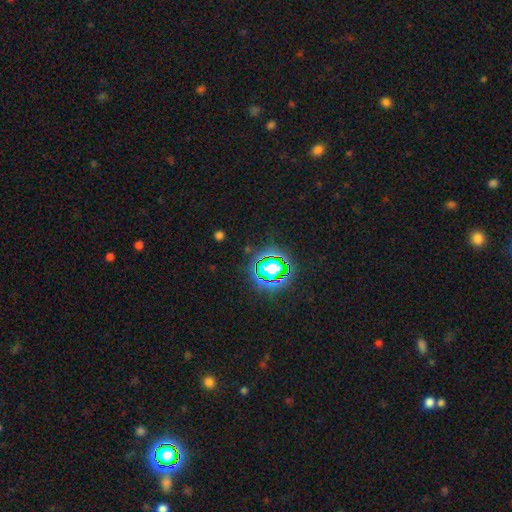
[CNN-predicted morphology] This appears to be a star or artifact, not a galaxy (79%).